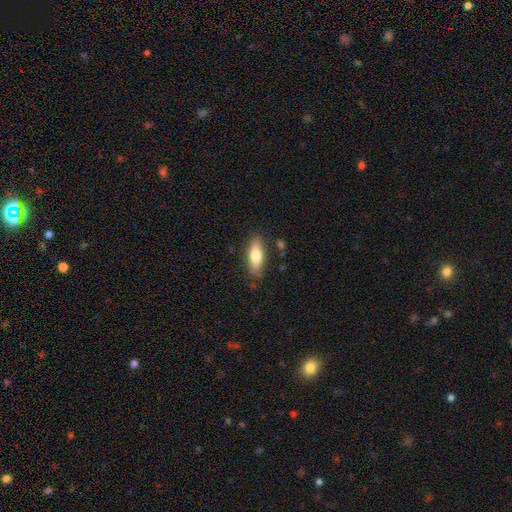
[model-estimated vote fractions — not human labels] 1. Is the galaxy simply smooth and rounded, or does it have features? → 75% smooth, 18% featured or disk, 6% star or artifact.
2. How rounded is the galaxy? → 65% in between, 32% cigar-shaped, 2% round.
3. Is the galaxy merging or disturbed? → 84% none, 12% minor disturbance, 3% major disturbance, 2% merger.